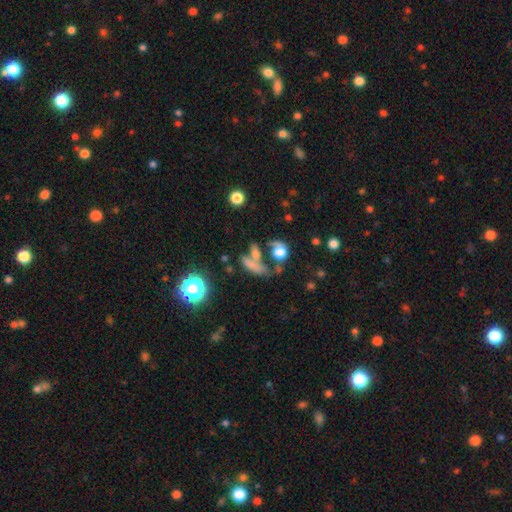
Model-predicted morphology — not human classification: Smooth or featured: smooth — 53% (featured or disk — 24%)
How rounded: in between — 45% (round — 35%)
Merging: none — 36% (merger — 34%)